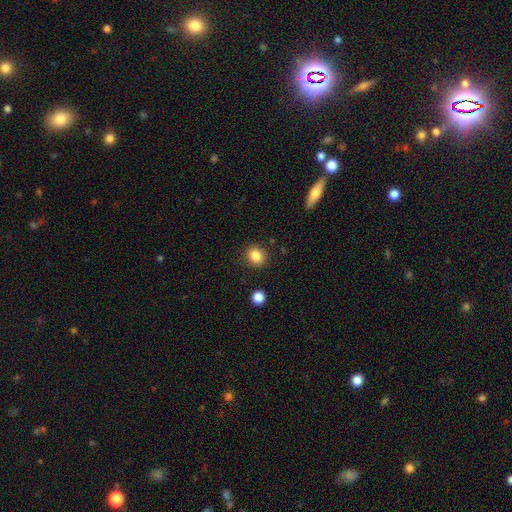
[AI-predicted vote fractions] This appears to be a smooth galaxy with no disk features (85%) that is round (73%). Merging: none (88%).